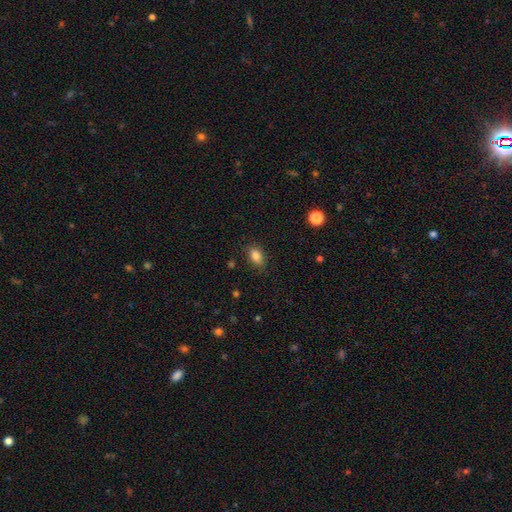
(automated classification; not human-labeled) The model was most divided on "merging": none: 82%, minor disturbance: 14%, major disturbance: 3%, merger: 1%. More confident: smooth or featured — smooth (84%); how rounded — in between (84%).